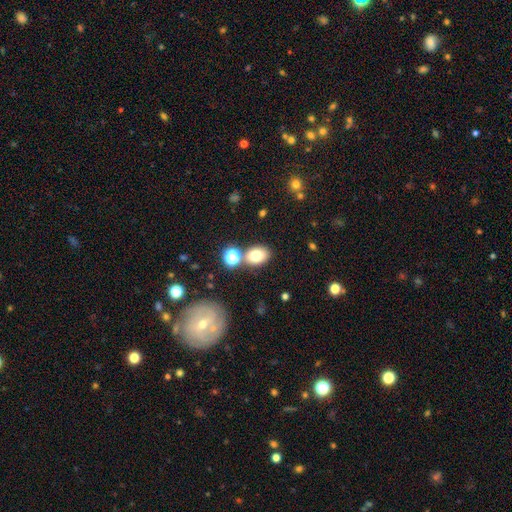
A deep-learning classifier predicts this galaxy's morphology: smooth-or-featured: smooth: 76% | star or artifact: 13% | featured or disk: 11%
  how-rounded: in between: 66% | round: 33% | cigar-shaped: 1%
  merging: none: 70% | merger: 14% | minor disturbance: 11% | major disturbance: 4%